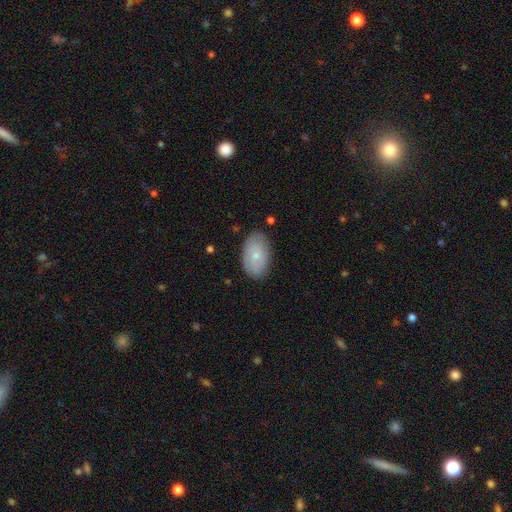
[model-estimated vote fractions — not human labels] A smooth galaxy with no disk features (60%) that is in between round and cigar-shaped (92%).

Vote fractions:
- Smooth or featured? smooth: 60% / featured or disk: 34% / star or artifact: 6%
- How rounded? in between: 92% / round: 7% / cigar-shaped: 2%
- Merging? none: 80% / minor disturbance: 15% / major disturbance: 3% / merger: 1%